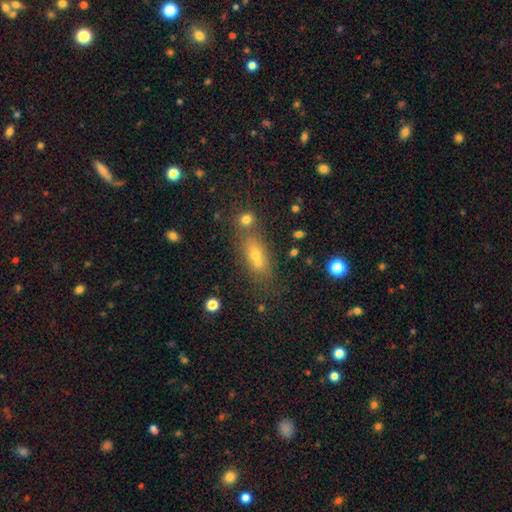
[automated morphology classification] smooth-or-featured: smooth: 57% | featured or disk: 22% | star or artifact: 21%
  how-rounded: in between: 59% | cigar-shaped: 21% | round: 20%
  merging: none: 46% | merger: 37% | minor disturbance: 11% | major disturbance: 5%